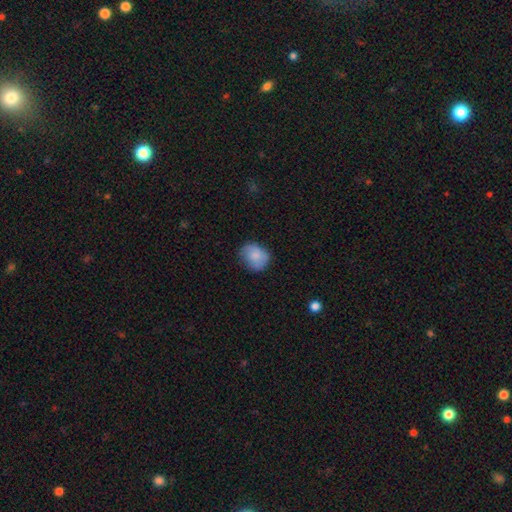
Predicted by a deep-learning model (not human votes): Morphology: type=smooth (75%); roundness=round (56%); merging=none (62%).